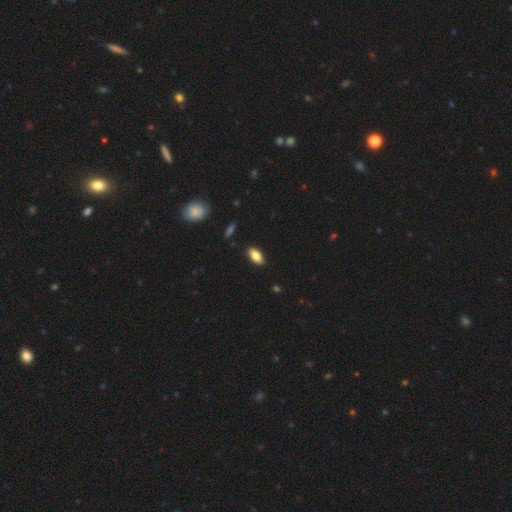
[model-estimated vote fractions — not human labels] Morphology: type=smooth (81%); roundness=in between (90%); merging=none (88%).